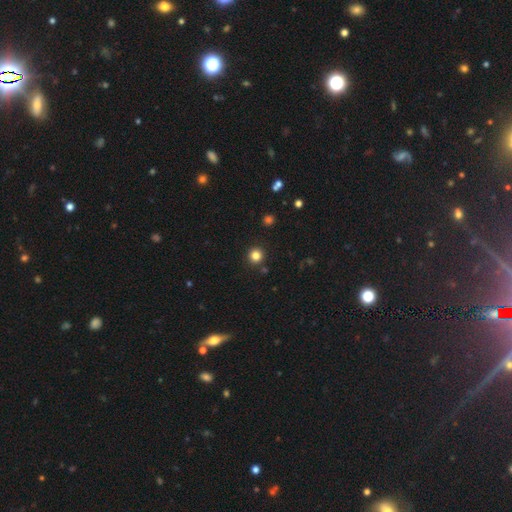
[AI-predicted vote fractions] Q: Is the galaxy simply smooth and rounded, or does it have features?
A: smooth — 82%.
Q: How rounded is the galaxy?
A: round — 95%.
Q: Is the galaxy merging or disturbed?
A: none — 91%.